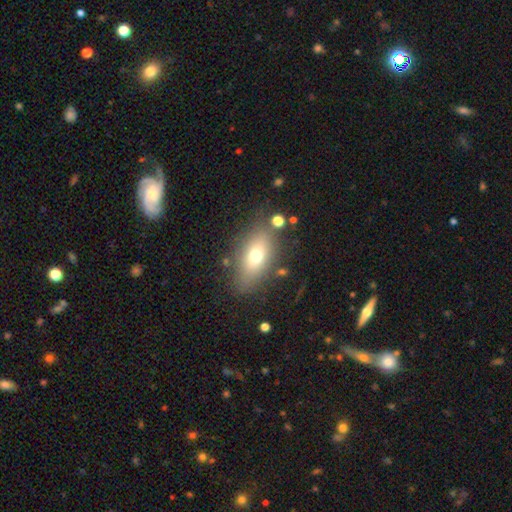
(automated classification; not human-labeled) Smooth or featured? Predicted: smooth (p=0.67). How rounded? Predicted: in between (p=0.81). Merging? Predicted: none (p=0.76).